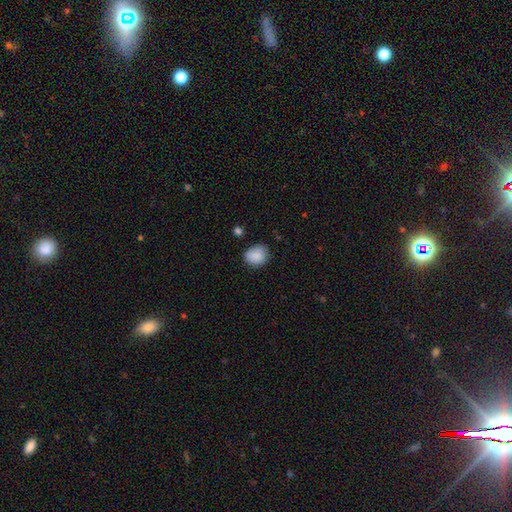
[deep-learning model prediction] The model was most divided on "how rounded": round: 64%, in between: 35%, cigar-shaped: 1%. More confident: smooth or featured — smooth (88%); merging — none (76%).